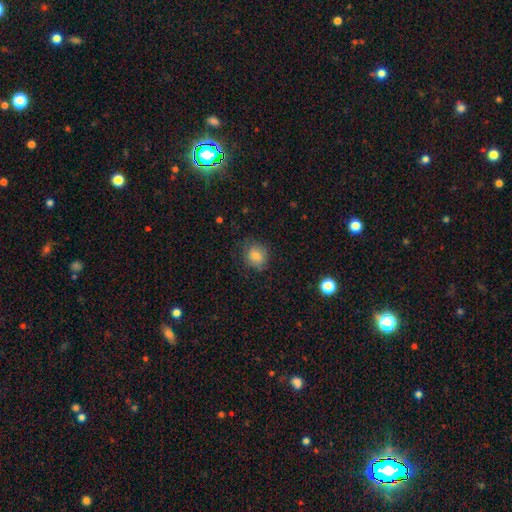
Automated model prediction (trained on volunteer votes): Overall: smooth (79%). How rounded: round (78%). Merging: none (76%).